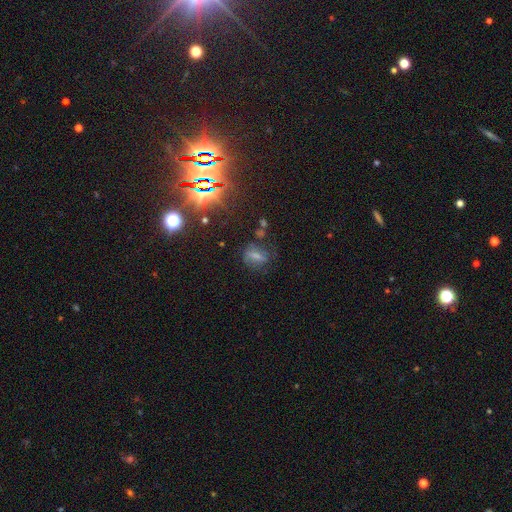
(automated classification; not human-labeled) Smooth or featured? Predicted: smooth (p=0.48). Merging? Predicted: none (p=0.56).